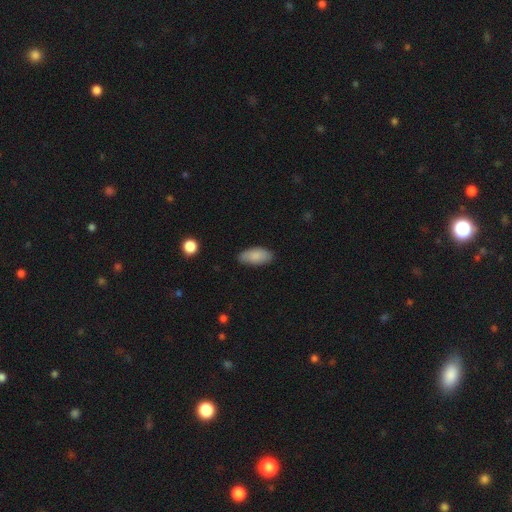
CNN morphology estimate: Smooth or featured?
  - smooth: 86% *
  - featured or disk: 8%
  - star or artifact: 6%
How rounded?
  - in between: 91% *
  - cigar-shaped: 6%
  - round: 2%
Merging?
  - none: 83% *
  - minor disturbance: 14%
  - major disturbance: 2%
  - merger: 1%